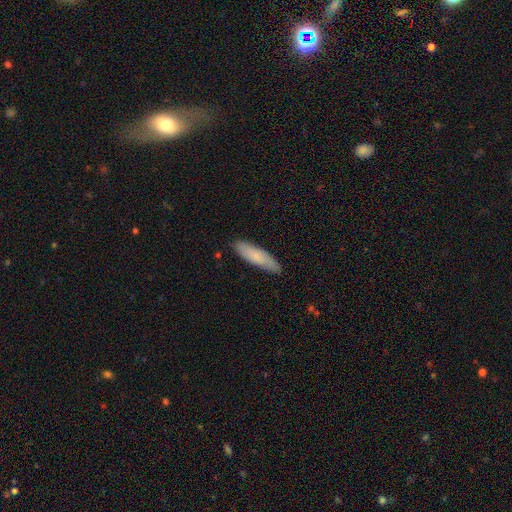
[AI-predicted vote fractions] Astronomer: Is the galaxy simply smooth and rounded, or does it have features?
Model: smooth — 80%.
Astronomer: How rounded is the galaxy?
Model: cigar-shaped — 69%.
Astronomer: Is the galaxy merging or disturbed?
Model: none — 85%.